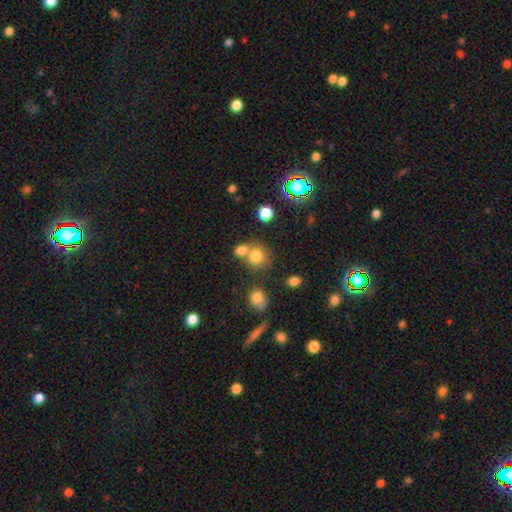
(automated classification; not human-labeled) Q: Smooth or featured?
A: smooth (76%); runner-up: star or artifact (15%)
Q: How rounded?
A: round (81%); runner-up: in between (18%)
Q: Merging?
A: none (49%); runner-up: merger (37%)